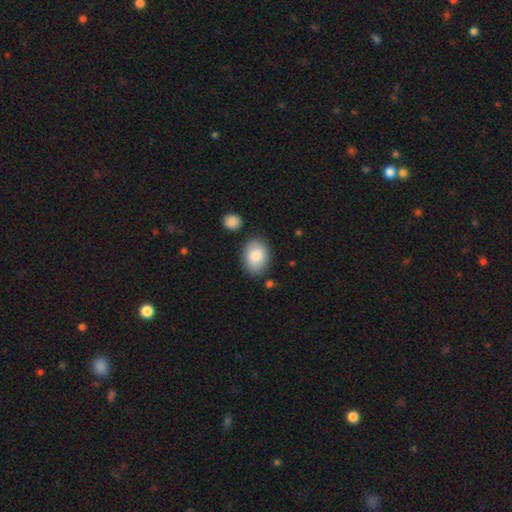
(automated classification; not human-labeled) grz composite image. It shows a smooth galaxy with no disk features (82%) that is in between round and cigar-shaped (75%). Merging: none (80%).